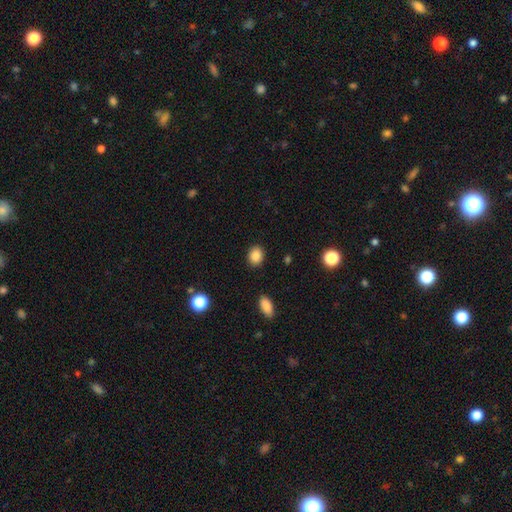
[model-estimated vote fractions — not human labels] This is clearly a smooth galaxy (87%). How rounded: possibly round (56%). Merging: clearly none (89%).